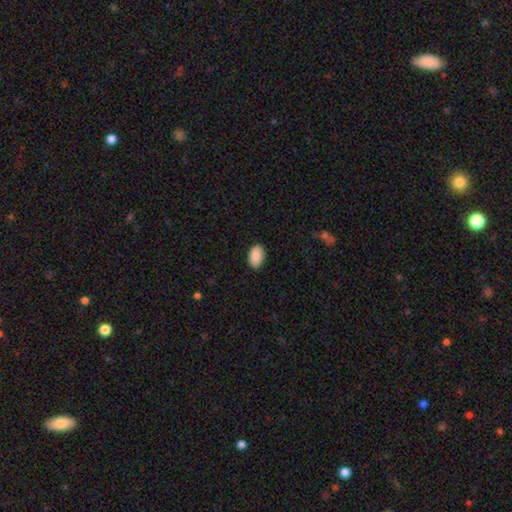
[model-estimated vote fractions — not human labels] Smooth or featured: smooth — 90% (star or artifact — 6%)
How rounded: in between — 93% (round — 5%)
Merging: none — 87% (minor disturbance — 10%)